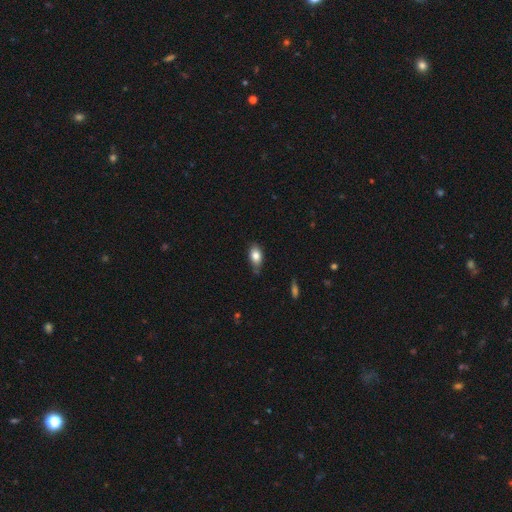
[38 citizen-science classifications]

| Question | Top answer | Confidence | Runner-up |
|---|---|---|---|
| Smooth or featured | smooth | 87% | star or artifact (11%) |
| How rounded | in between | 82% | round (15%) |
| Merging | minor disturbance | 65% | none (26%) |